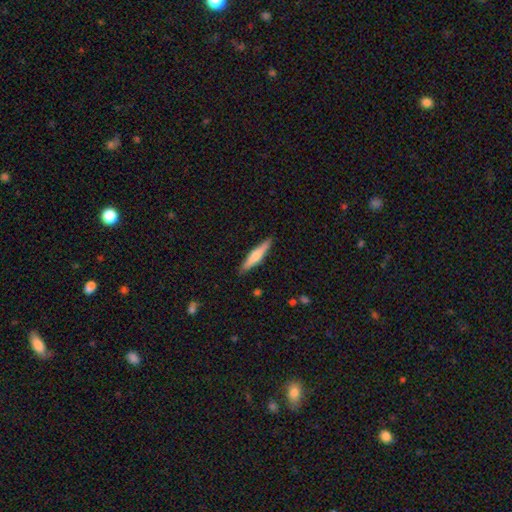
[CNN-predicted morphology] Smooth or featured? Predicted: smooth (p=0.50). Merging? Predicted: none (p=0.90).